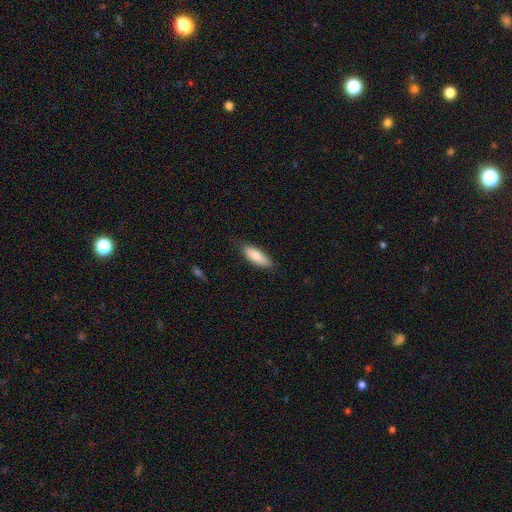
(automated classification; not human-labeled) smooth 84%, featured or disk 11%, star or artifact 6%. Down the decision tree: how rounded — in between (62%); merging — none (80%).